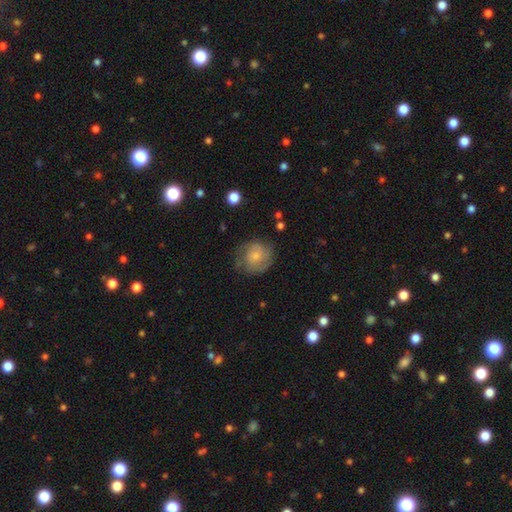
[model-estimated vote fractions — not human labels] Smooth or featured: featured or disk — 49% (smooth — 44%)
Merging: none — 64% (minor disturbance — 24%)